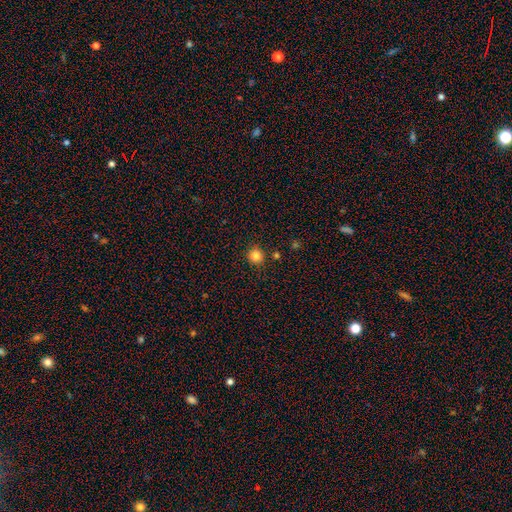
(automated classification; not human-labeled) Overall: smooth (83%). How rounded: round (94%). Merging: none (90%).